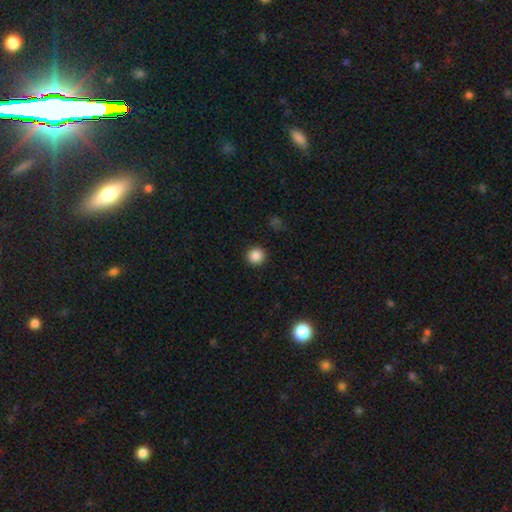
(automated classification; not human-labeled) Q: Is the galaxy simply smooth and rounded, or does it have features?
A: smooth — 86%.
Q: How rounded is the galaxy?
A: round — 95%.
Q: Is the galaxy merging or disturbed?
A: none — 93%.